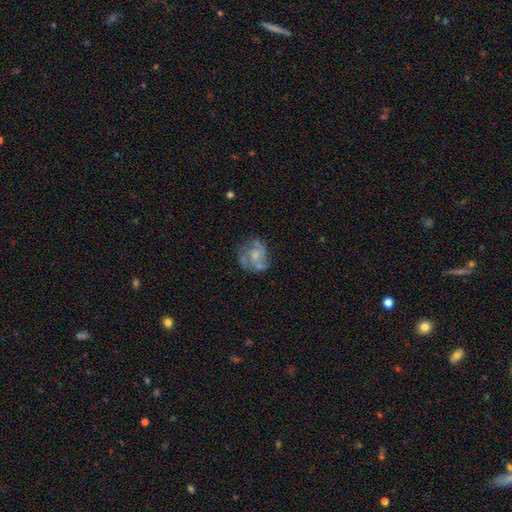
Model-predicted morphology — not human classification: featured or disk 68%, smooth 23%, star or artifact 9%. Down the decision tree: edge-on disk — no (98%); bar — no (77%); spiral arms — yes (61%); bulge size — small (39%, tied with moderate); merging — none (58%).